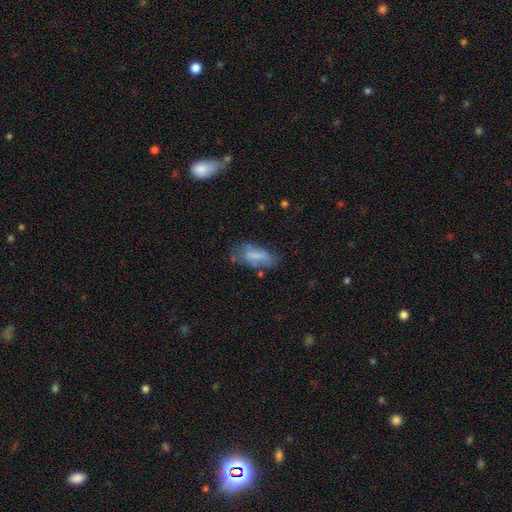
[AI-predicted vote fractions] Morphology: type=smooth (64%); roundness=in between (78%); merging=none (45%).